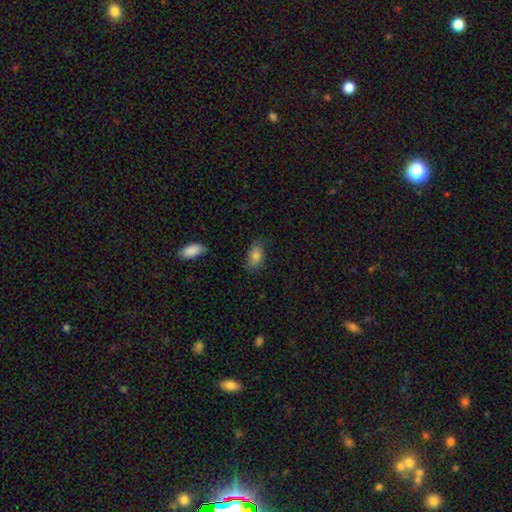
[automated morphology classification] smooth_or_featured: smooth (p=0.84) [alt: star or artifact p=0.08]
how_rounded: in between (p=0.89) [alt: round p=0.08]
merging: none (p=0.70) [alt: minor disturbance p=0.23]